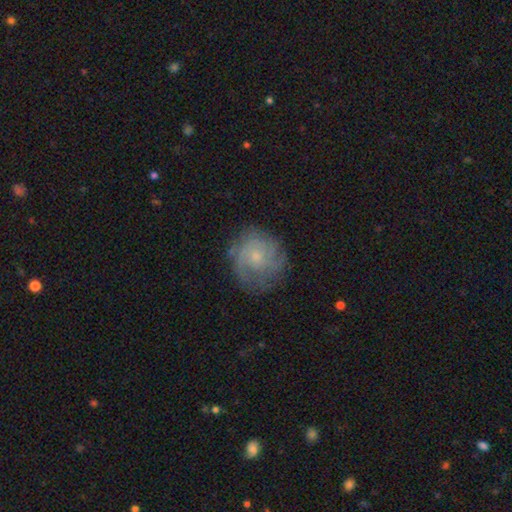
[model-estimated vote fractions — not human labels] Q: Smooth or featured?
A: featured or disk (68%); runner-up: smooth (24%)
Q: Edge-on disk?
A: no (98%); runner-up: yes (2%)
Q: Bar?
A: no (77%); runner-up: weak (20%)
Q: Spiral arms?
A: yes (89%); runner-up: no (11%)
Q: Spiral winding?
A: tight (57%); runner-up: medium (32%)
Q: Spiral arm count?
A: can't tell (40%); runner-up: 3 (20%)
Q: Bulge size?
A: small (69%); runner-up: moderate (24%)
Q: Merging?
A: none (71%); runner-up: minor disturbance (19%)